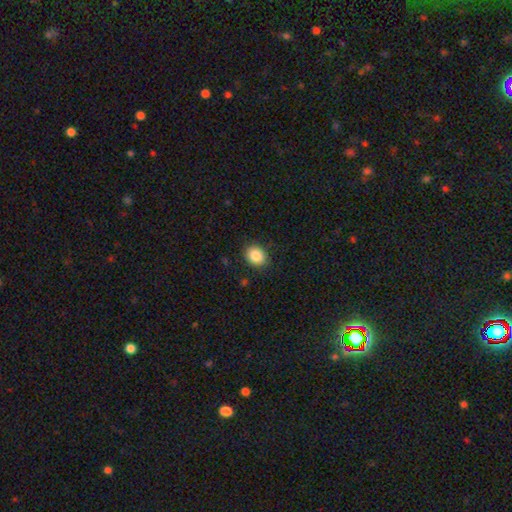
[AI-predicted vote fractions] A smooth galaxy with no disk features (86%) that is round (59%).

Vote fractions:
- Smooth or featured? smooth: 86% / star or artifact: 9% / featured or disk: 5%
- How rounded? round: 59% / in between: 41% / cigar-shaped: 1%
- Merging? none: 87% / minor disturbance: 9% / major disturbance: 2% / merger: 1%